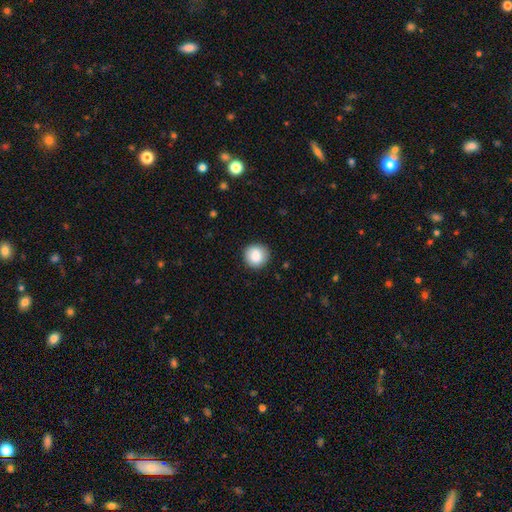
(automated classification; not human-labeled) Smooth or featured?
  - smooth: 87% *
  - star or artifact: 8%
  - featured or disk: 5%
How rounded?
  - round: 92% *
  - in between: 7%
  - cigar-shaped: 1%
Merging?
  - none: 88% *
  - minor disturbance: 9%
  - major disturbance: 2%
  - merger: 1%